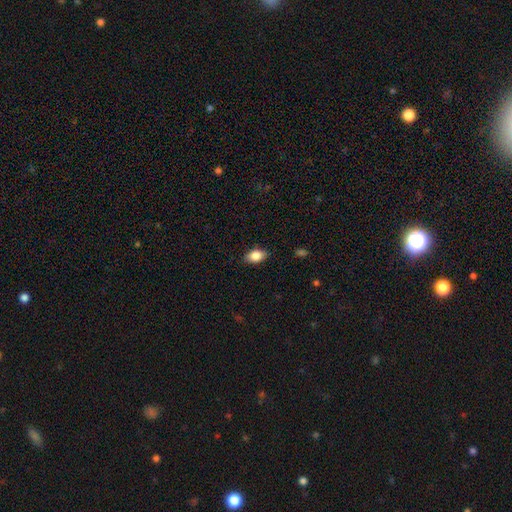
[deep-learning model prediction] A smooth galaxy with no disk features (85%) that is in between round and cigar-shaped (87%). Merging: none (84%).